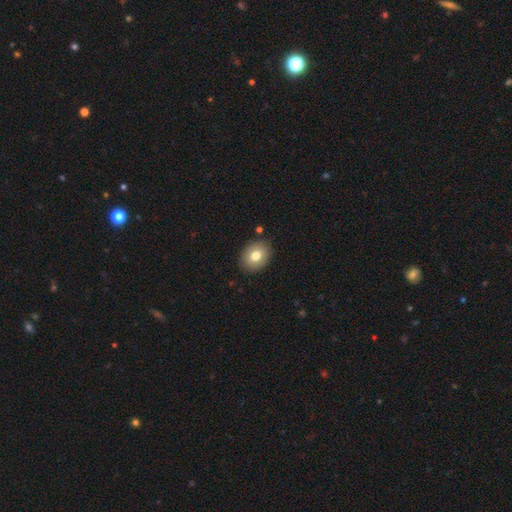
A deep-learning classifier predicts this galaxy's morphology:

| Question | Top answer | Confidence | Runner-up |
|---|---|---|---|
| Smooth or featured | smooth | 78% | featured or disk (14%) |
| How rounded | in between | 56% | round (43%) |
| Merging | none | 88% | minor disturbance (8%) |